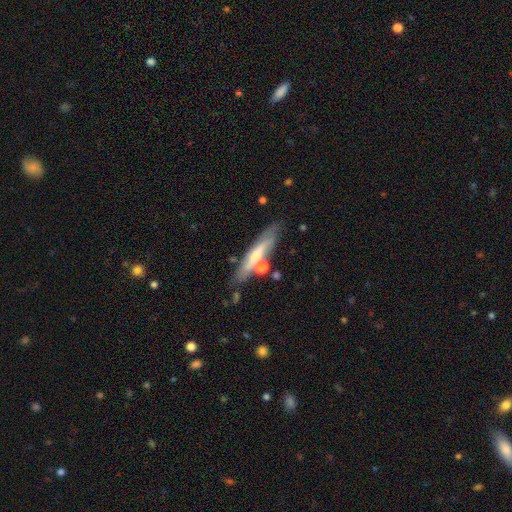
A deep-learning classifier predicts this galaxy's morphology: Smooth or featured?
  - featured or disk: 47% *
  - smooth: 46%
  - star or artifact: 8%
Merging?
  - none: 68% *
  - minor disturbance: 15%
  - merger: 12%
  - major disturbance: 5%